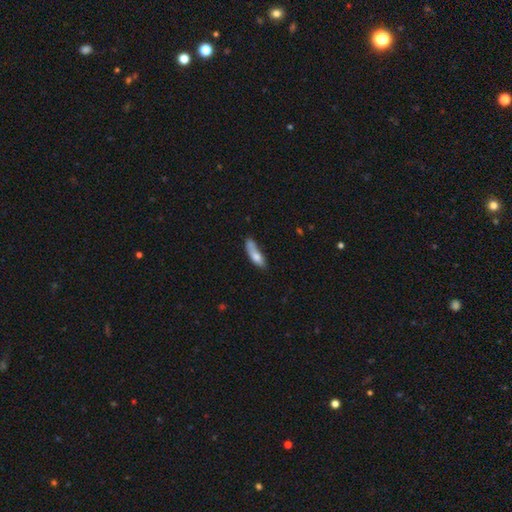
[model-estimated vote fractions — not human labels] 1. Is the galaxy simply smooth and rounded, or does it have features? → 74% smooth, 20% featured or disk, 7% star or artifact.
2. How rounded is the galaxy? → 54% cigar-shaped, 43% in between, 3% round.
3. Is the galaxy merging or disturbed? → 42% none, 27% minor disturbance, 21% merger, 10% major disturbance.